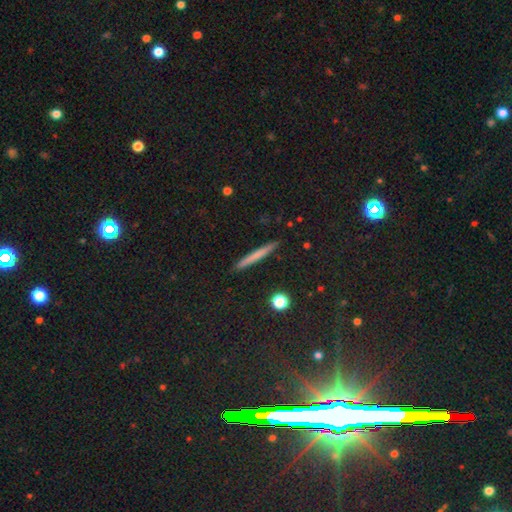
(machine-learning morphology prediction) The model was most divided on "smooth or featured": smooth: 63%, featured or disk: 27%, star or artifact: 11%. More confident: how rounded — cigar-shaped (95%); merging — none (92%).